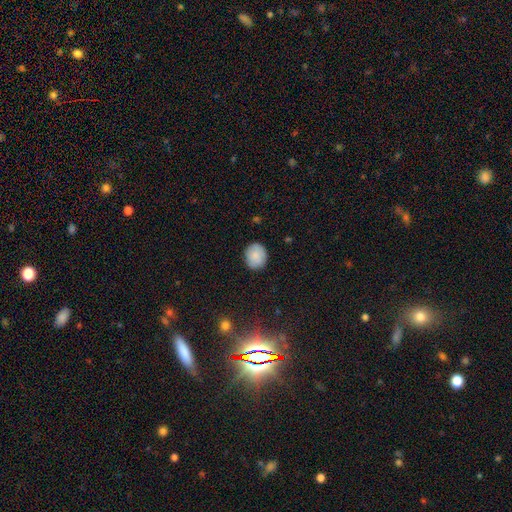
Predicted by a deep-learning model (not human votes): Smooth or featured: smooth — 85% (featured or disk — 8%)
How rounded: round — 72% (in between — 27%)
Merging: none — 86% (minor disturbance — 11%)